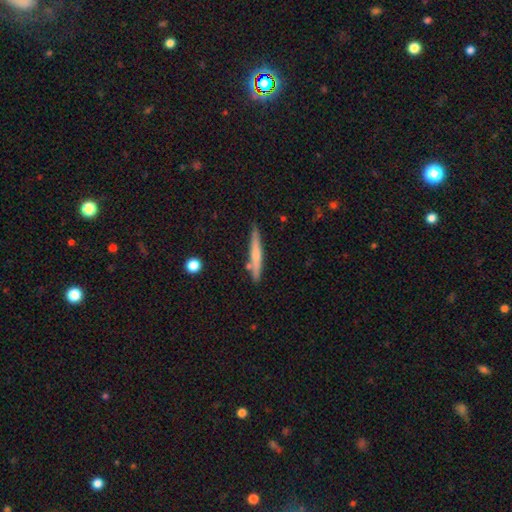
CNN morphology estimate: Q: Smooth or featured?
A: smooth (54%); runner-up: featured or disk (40%)
Q: How rounded?
A: cigar-shaped (94%); runner-up: in between (4%)
Q: Merging?
A: none (79%); runner-up: minor disturbance (13%)